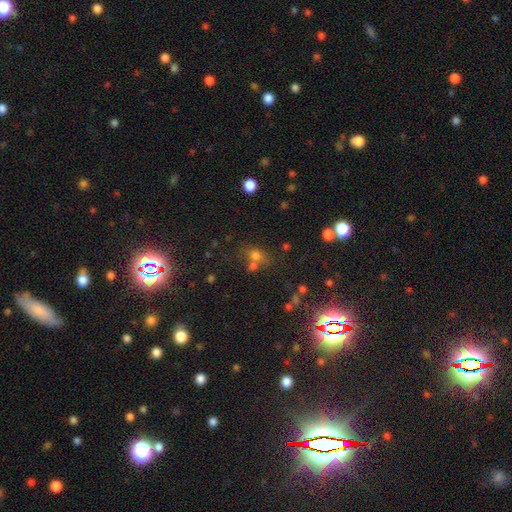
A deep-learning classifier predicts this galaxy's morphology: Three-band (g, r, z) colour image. It shows a smooth galaxy with no disk features (58%) that is round (66%). Merging: none (55%).